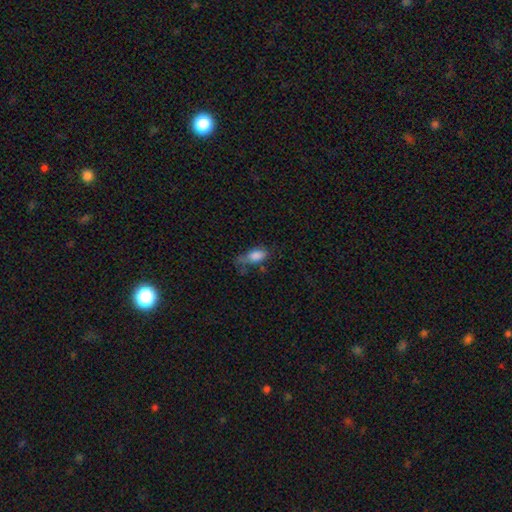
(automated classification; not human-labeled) A smooth galaxy with no disk features (80%) that is in between round and cigar-shaped (85%). Merging: none (36%).